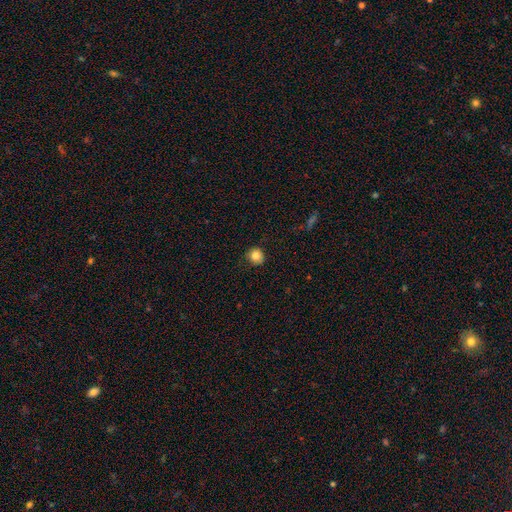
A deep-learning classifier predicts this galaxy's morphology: smooth 83%, star or artifact 11%, featured or disk 6%. Down the decision tree: how rounded — round (90%); merging — none (85%).